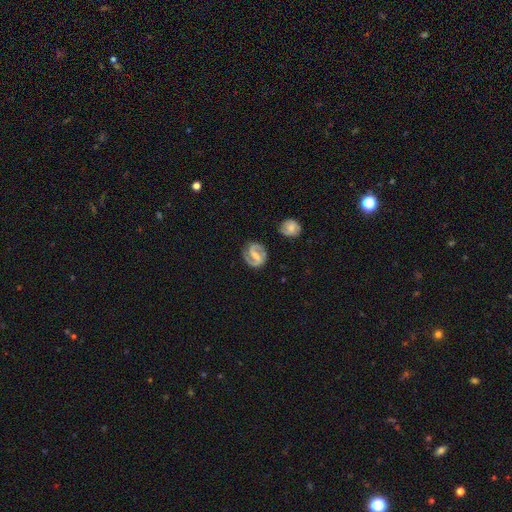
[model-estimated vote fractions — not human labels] Smooth or featured: featured or disk — 84% (smooth — 11%)
Edge-on disk: no — 98% (yes — 2%)
Bar: strong — 51% (weak — 37%)
Spiral arms: yes — 95% (no — 5%)
Spiral winding: medium — 52% (tight — 32%)
Spiral arm count: 2 — 90% (1 — 4%)
Bulge size: none — 33% (small — 31%)
Merging: none — 79% (minor disturbance — 13%)